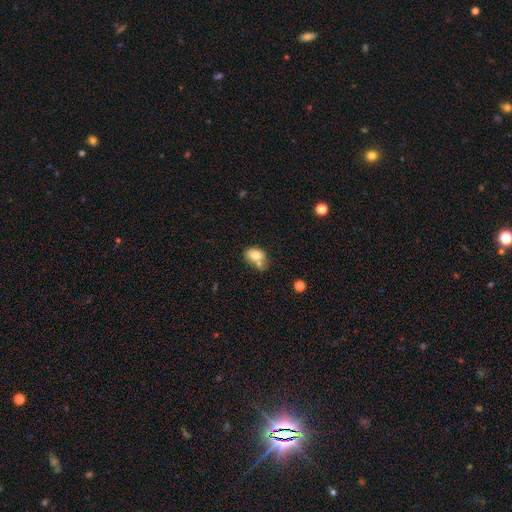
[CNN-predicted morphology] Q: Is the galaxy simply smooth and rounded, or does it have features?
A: smooth — 76%.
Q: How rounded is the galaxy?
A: in between — 74%.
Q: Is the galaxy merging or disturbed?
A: merger — 41%.